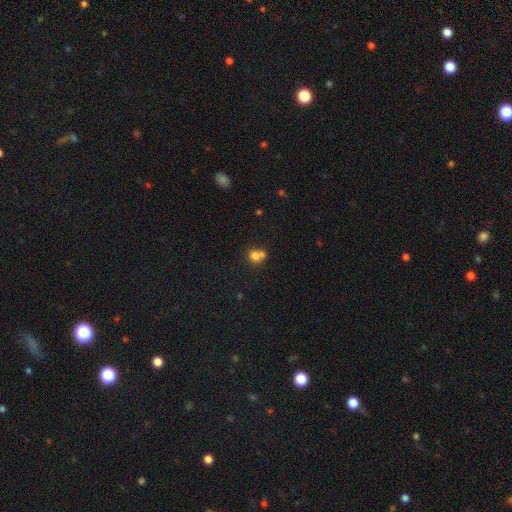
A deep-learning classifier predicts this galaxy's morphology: A smooth galaxy with no disk features (74%) that is round (76%). Merging: merger (53%).